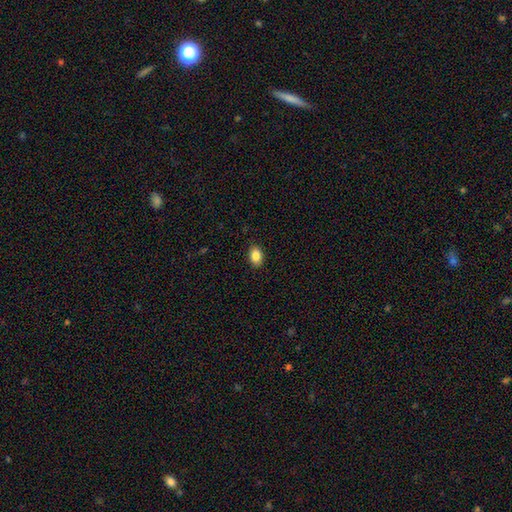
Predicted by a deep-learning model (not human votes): Smooth or featured: smooth — 87% (star or artifact — 8%)
How rounded: in between — 83% (round — 16%)
Merging: none — 89% (minor disturbance — 8%)